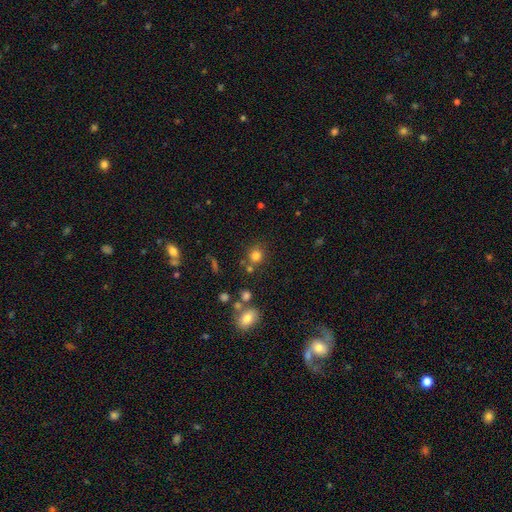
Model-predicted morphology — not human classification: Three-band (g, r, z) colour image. It shows a smooth galaxy with no disk features (78%) that is round (85%). Merging: none (71%).